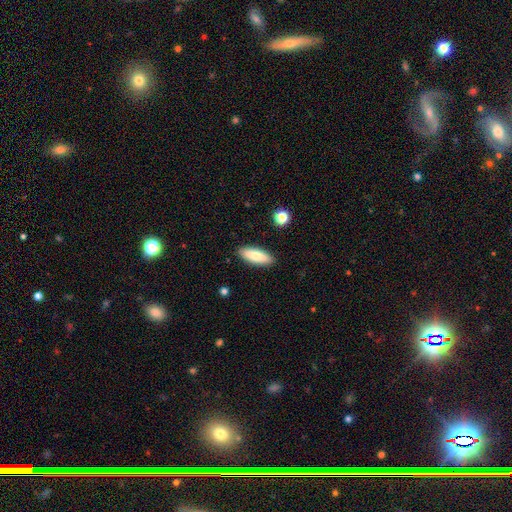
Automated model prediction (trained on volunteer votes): Smooth or featured: smooth — 78% (featured or disk — 16%)
How rounded: in between — 64% (cigar-shaped — 34%)
Merging: none — 89% (minor disturbance — 8%)